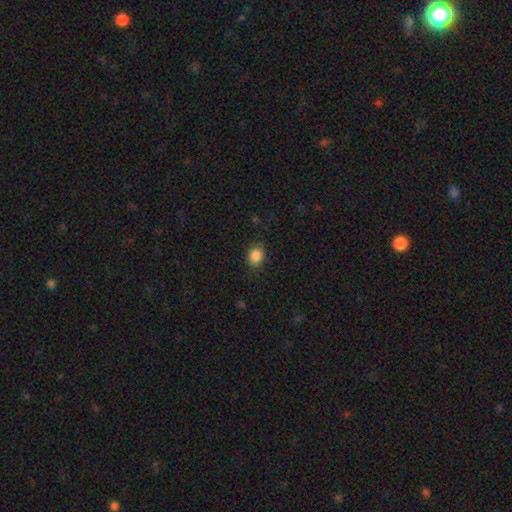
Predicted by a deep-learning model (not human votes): smooth-or-featured: smooth: 86% | star or artifact: 10% | featured or disk: 4%
  how-rounded: round: 58% | in between: 41% | cigar-shaped: 1%
  merging: none: 86% | minor disturbance: 10% | major disturbance: 3% | merger: 1%